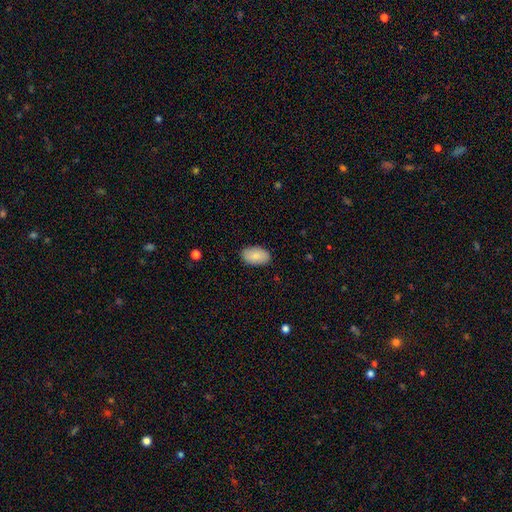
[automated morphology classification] A smooth galaxy with no disk features (83%) that is in between round and cigar-shaped (93%).

Vote fractions:
- Smooth or featured? smooth: 83% / featured or disk: 11% / star or artifact: 6%
- How rounded? in between: 93% / round: 5% / cigar-shaped: 1%
- Merging? none: 87% / minor disturbance: 10% / major disturbance: 2% / merger: 1%